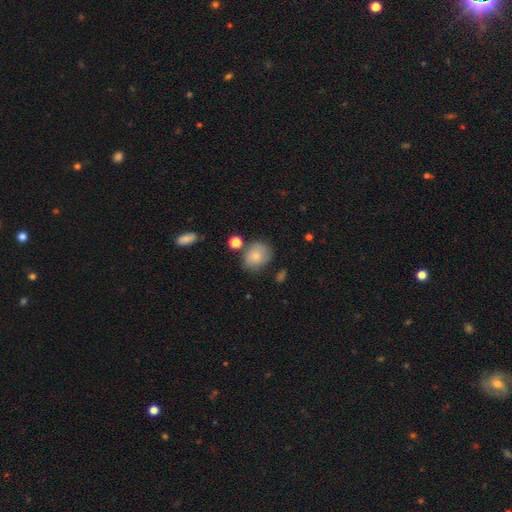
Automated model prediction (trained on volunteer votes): smooth-or-featured: smooth: 75% | featured or disk: 15% | star or artifact: 9%
  how-rounded: round: 61% | in between: 38% | cigar-shaped: 1%
  merging: none: 67% | minor disturbance: 20% | merger: 8% | major disturbance: 5%